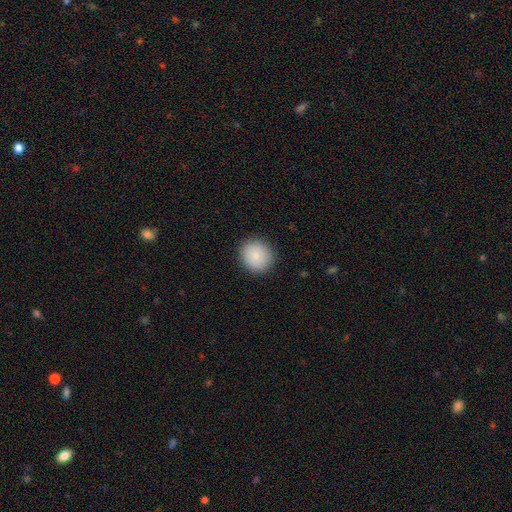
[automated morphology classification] Overall: smooth (86%). How rounded: round (88%). Merging: none (90%).